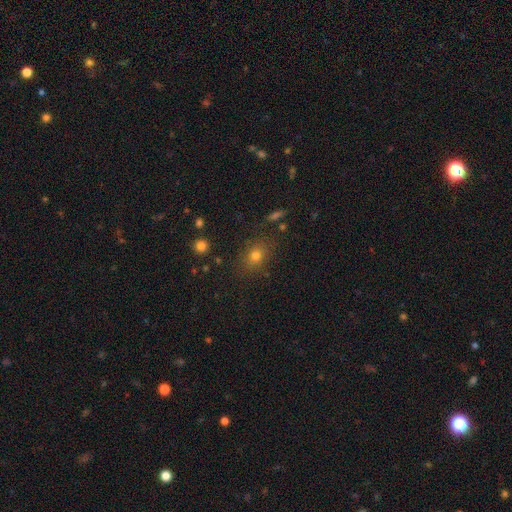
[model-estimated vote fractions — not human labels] smooth_or_featured: smooth (p=0.73) [alt: star or artifact p=0.17]
how_rounded: round (p=0.50) [alt: in between p=0.49]
merging: none (p=0.82) [alt: minor disturbance p=0.11]